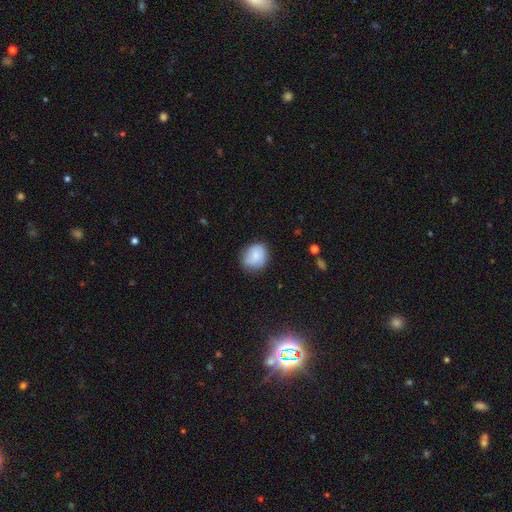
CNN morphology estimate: type=smooth (78%); roundness=round (64%); merging=none (72%).